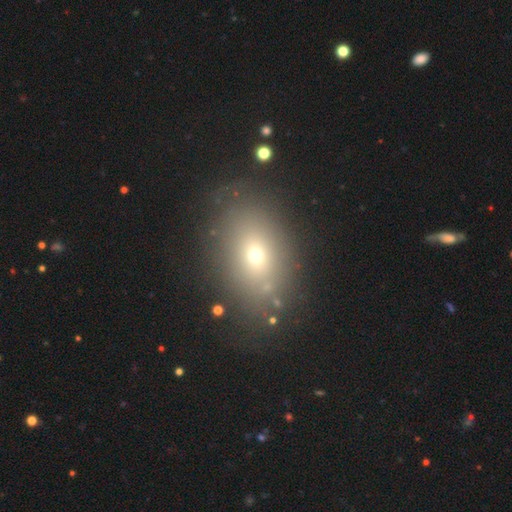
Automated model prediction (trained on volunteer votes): A smooth galaxy with no disk features (64%) that is in between round and cigar-shaped (70%). Merging: none (77%).